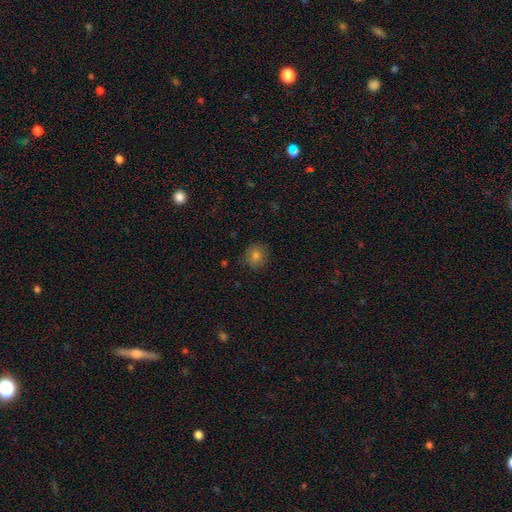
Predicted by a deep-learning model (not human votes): This is likely a smooth galaxy (77%). How rounded: clearly round (90%). Merging: clearly none (87%).